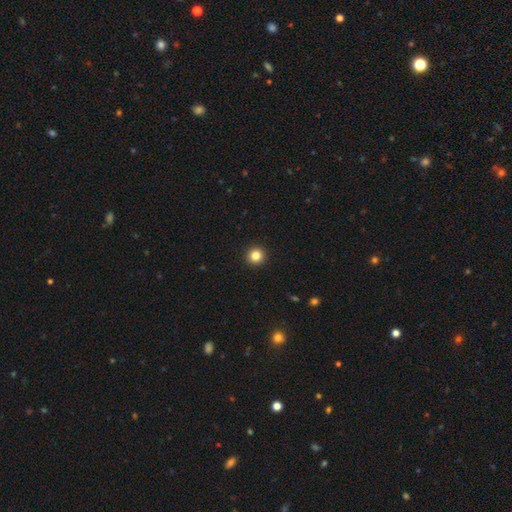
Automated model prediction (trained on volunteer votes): A smooth galaxy with no disk features (83%) that is round (96%). Merging: none (94%).